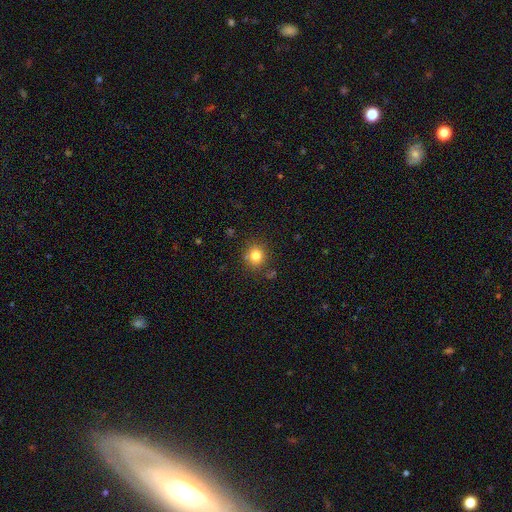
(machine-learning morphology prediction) smooth_or_featured: smooth (p=0.81) [alt: star or artifact p=0.12]
how_rounded: round (p=0.82) [alt: in between p=0.17]
merging: none (p=0.81) [alt: minor disturbance p=0.11]